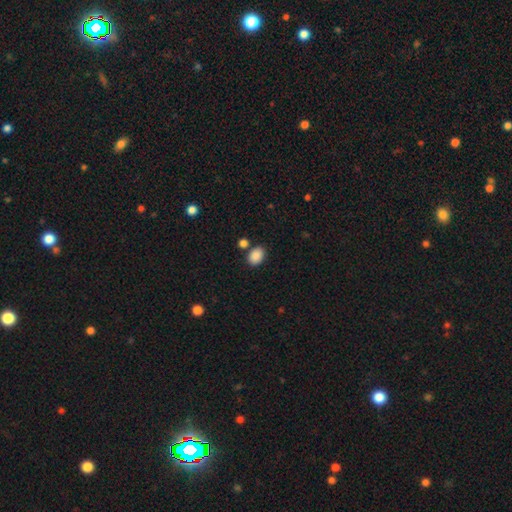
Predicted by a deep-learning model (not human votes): Smooth or featured? Predicted: smooth (p=0.88). How rounded? Predicted: in between (p=0.77). Merging? Predicted: none (p=0.77).